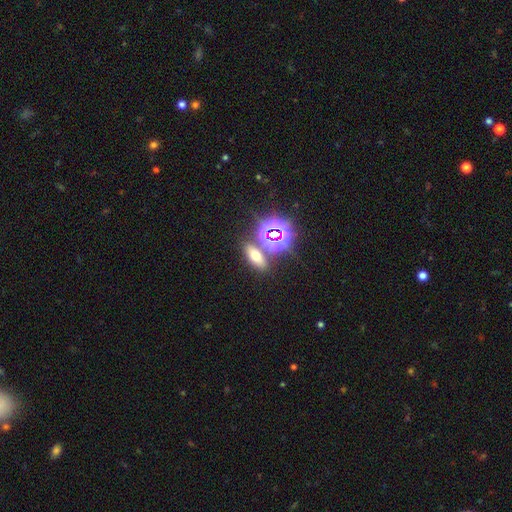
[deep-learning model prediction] The model was most divided on "smooth or featured": smooth: 50%, star or artifact: 37%, featured or disk: 13%. More confident: merging — none (75%).